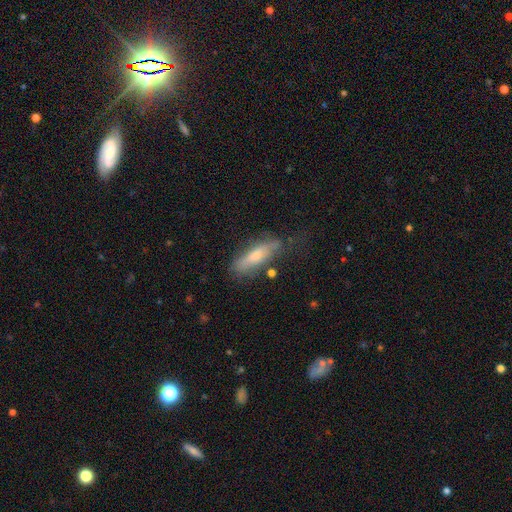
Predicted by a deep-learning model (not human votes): Overall: smooth (64%; featured or disk 29%). How rounded: cigar-shaped (62%; in between 36%). Merging: none (64%; minor disturbance 24%).